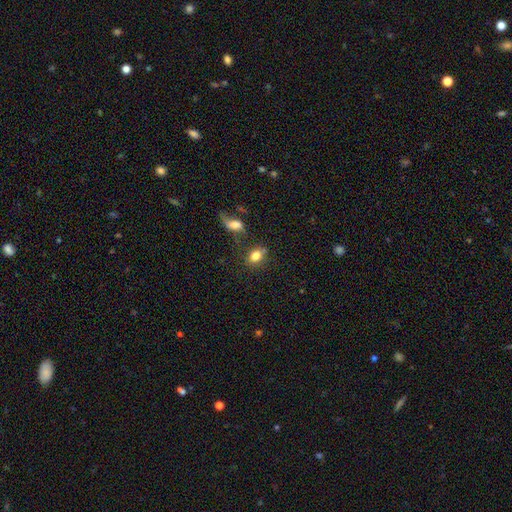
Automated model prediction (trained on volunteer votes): The model was most divided on "how rounded": in between: 61%, round: 36%, cigar-shaped: 2%. More confident: smooth or featured — smooth (80%); merging — none (62%).